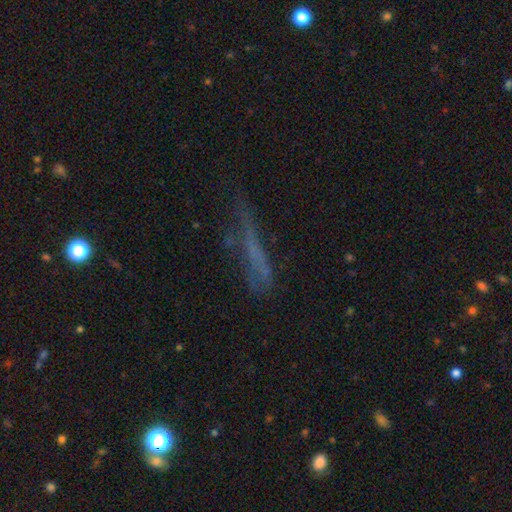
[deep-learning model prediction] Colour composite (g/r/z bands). It shows a smooth galaxy with no disk features (44%). Merging: none (52%).